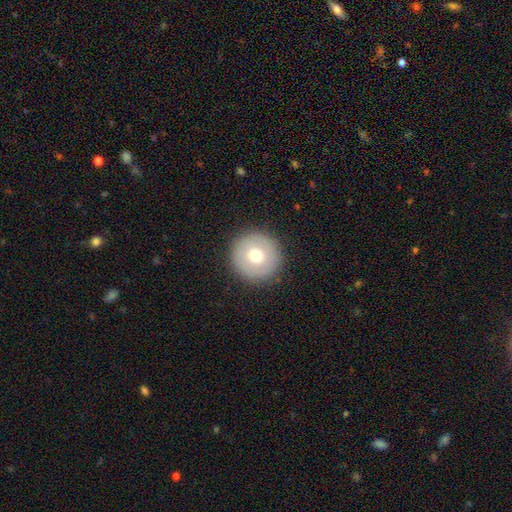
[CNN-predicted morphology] Smooth or featured?
  - smooth: 69% *
  - featured or disk: 21%
  - star or artifact: 10%
How rounded?
  - round: 97% *
  - in between: 3%
  - cigar-shaped: 1%
Merging?
  - none: 91% *
  - minor disturbance: 6%
  - major disturbance: 2%
  - merger: 1%